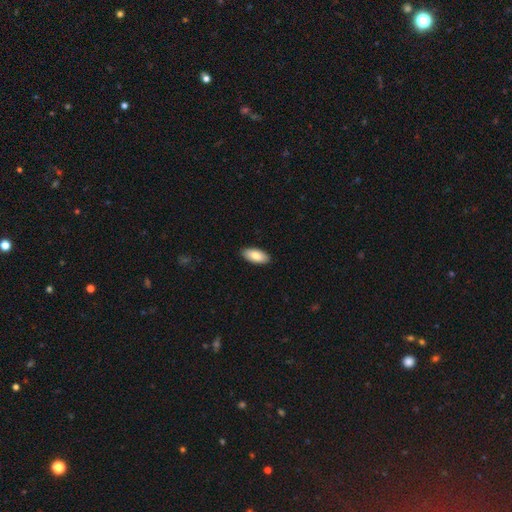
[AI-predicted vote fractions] This is clearly a smooth galaxy (84%). How rounded: clearly in between (93%). Merging: clearly none (90%).